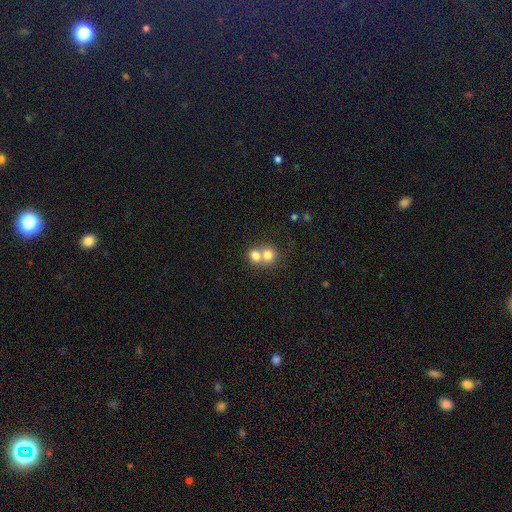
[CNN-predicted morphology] Smooth or featured? smooth (75%)
How rounded? round (75%)
Merging? merger (68%)